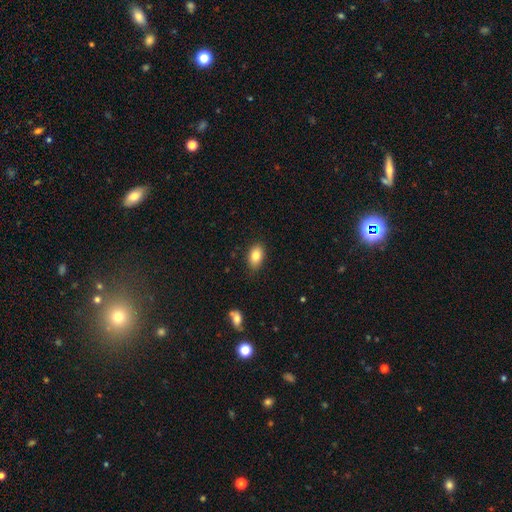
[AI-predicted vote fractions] smooth 83%, featured or disk 9%, star or artifact 8%. Down the decision tree: how rounded — in between (89%); merging — none (86%).